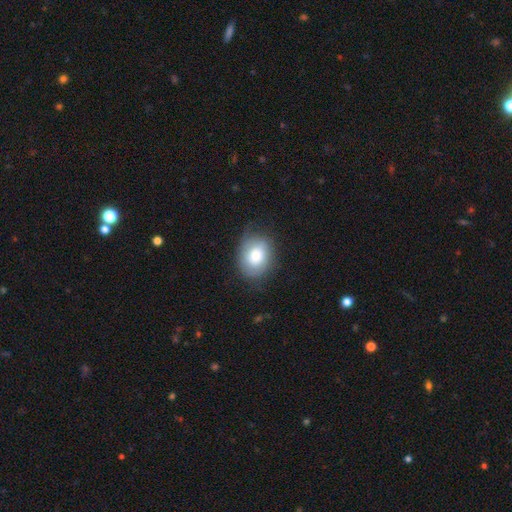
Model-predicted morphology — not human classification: Smooth or featured?
  - smooth: 70% *
  - featured or disk: 23%
  - star or artifact: 7%
How rounded?
  - in between: 59% *
  - round: 40%
  - cigar-shaped: 1%
Merging?
  - none: 65% *
  - minor disturbance: 25%
  - major disturbance: 8%
  - merger: 1%